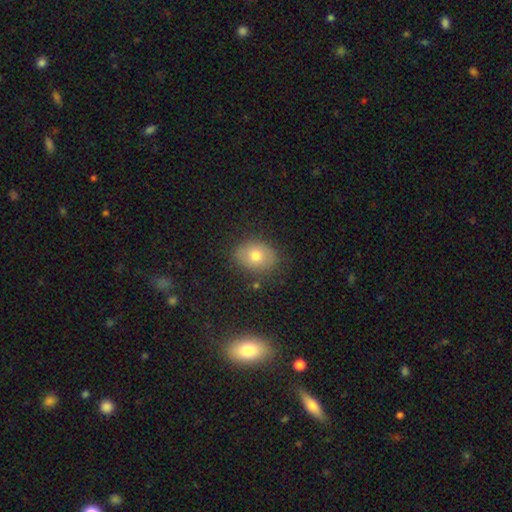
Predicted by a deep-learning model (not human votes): This appears to be a smooth galaxy with no disk features (73%) that is in between round and cigar-shaped (61%). Merging: none (82%).